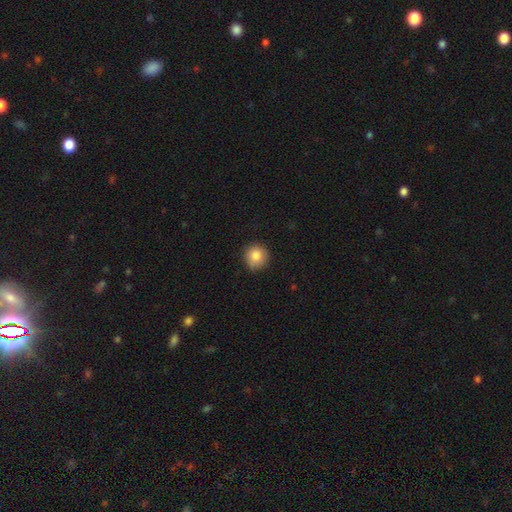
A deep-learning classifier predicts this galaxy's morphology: Smooth or featured? smooth (85%)
How rounded? round (93%)
Merging? none (88%)